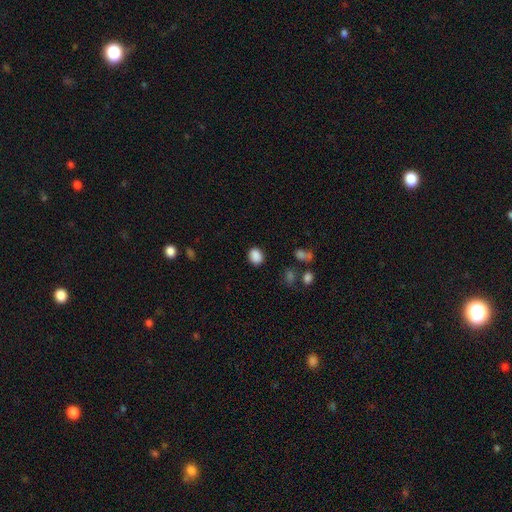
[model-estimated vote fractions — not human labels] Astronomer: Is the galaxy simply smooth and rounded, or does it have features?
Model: smooth — 87%.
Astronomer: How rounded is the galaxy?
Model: in between — 54% (runner-up: round, 45%).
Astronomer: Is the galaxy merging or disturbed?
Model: none — 85%.